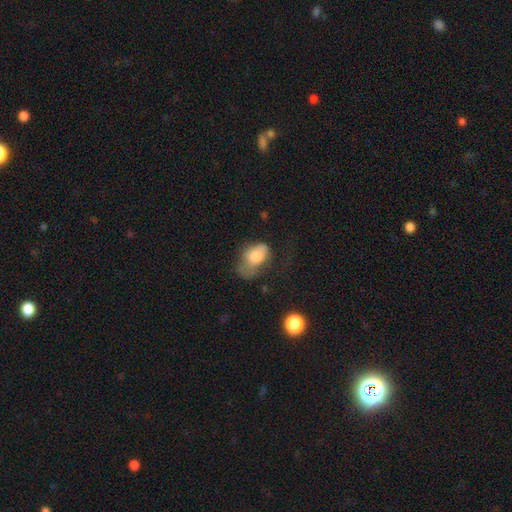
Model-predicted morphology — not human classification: Smooth or featured? Predicted: smooth (p=0.71). How rounded? Predicted: in between (p=0.82). Merging? Predicted: major disturbance (p=0.44).